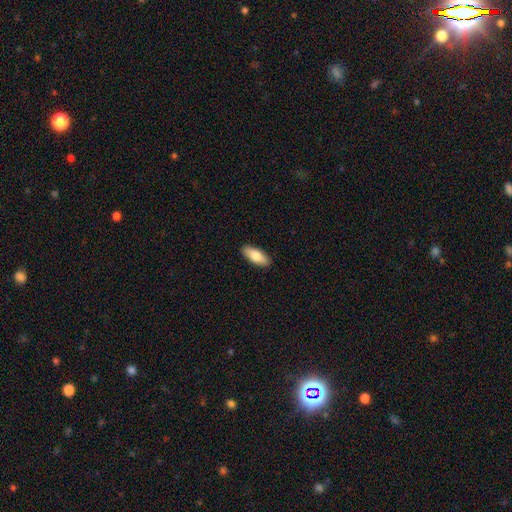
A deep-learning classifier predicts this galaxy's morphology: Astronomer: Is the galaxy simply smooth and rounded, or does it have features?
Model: smooth — 78%.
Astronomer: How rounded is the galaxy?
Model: in between — 75%.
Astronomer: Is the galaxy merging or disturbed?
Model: none — 90%.